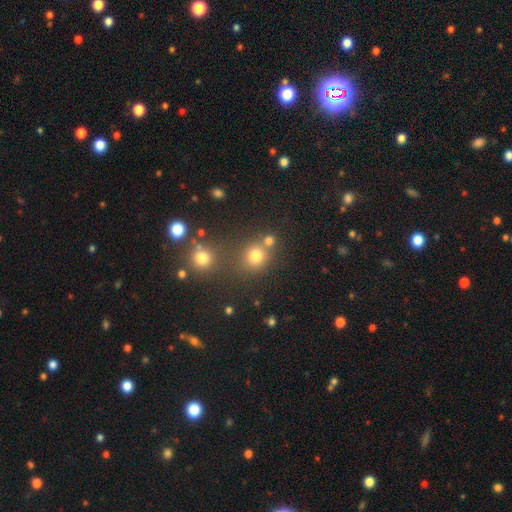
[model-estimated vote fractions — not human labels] This is likely a smooth galaxy (75%). How rounded: clearly round (82%). Merging: likely none (63%).